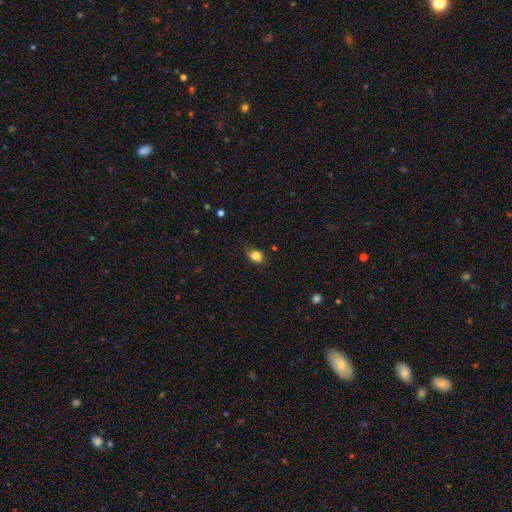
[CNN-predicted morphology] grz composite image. It shows a smooth galaxy with no disk features (82%) that is in between round and cigar-shaped (67%). Merging: none (73%).